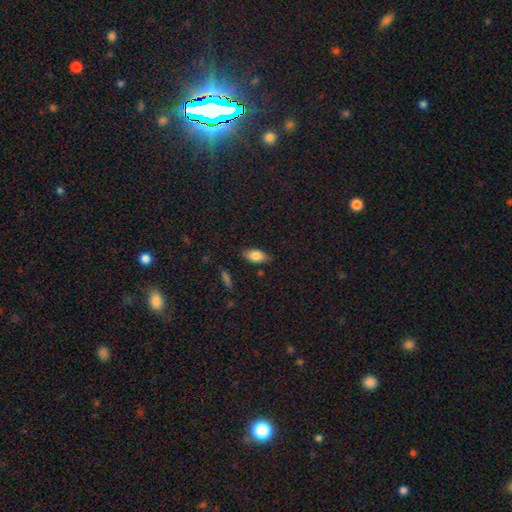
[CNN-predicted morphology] smooth 81%, featured or disk 11%, star or artifact 8%. Down the decision tree: how rounded — in between (90%); merging — none (82%).